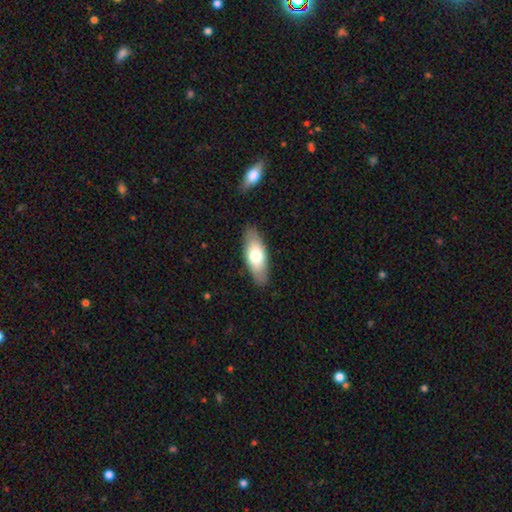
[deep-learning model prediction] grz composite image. It shows a smooth galaxy with no disk features (69%) that is in between round and cigar-shaped (72%). Merging: none (86%).